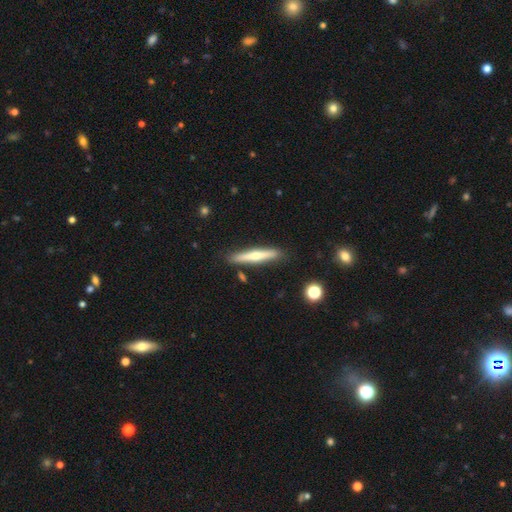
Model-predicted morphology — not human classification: smooth-or-featured: featured or disk: 51% | smooth: 43% | star or artifact: 6%
  disk-edge-on: yes: 95% | no: 5%
  merging: none: 87% | minor disturbance: 9% | merger: 3% | major disturbance: 2%